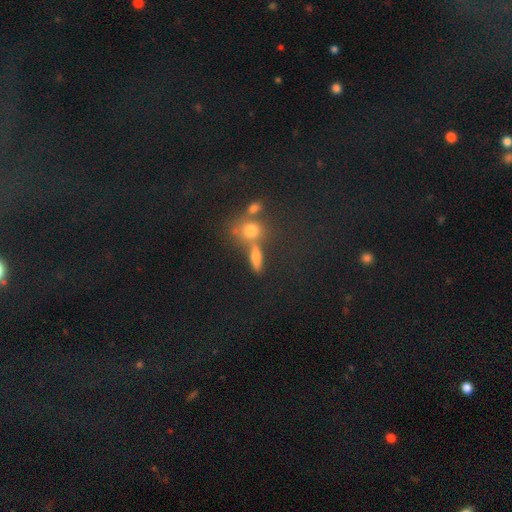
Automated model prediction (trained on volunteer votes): Smooth or featured?
  - smooth: 59% *
  - featured or disk: 21%
  - star or artifact: 20%
How rounded?
  - in between: 44% *
  - round: 36%
  - cigar-shaped: 20%
Merging?
  - none: 47% *
  - merger: 36%
  - minor disturbance: 11%
  - major disturbance: 6%